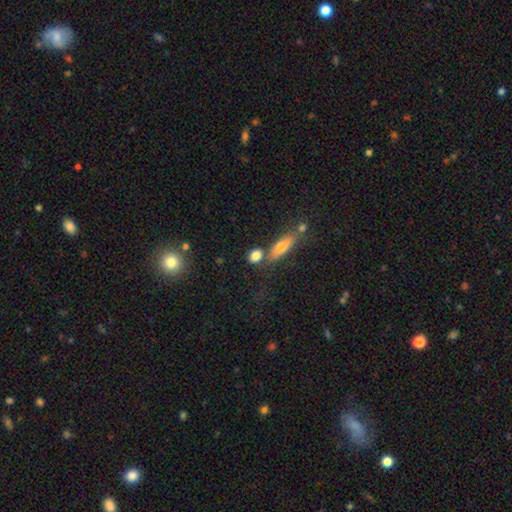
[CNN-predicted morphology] The model was most divided on "how rounded": in between: 51%, round: 39%, cigar-shaped: 10%. More confident: smooth or featured — smooth (80%); merging — none (60%).